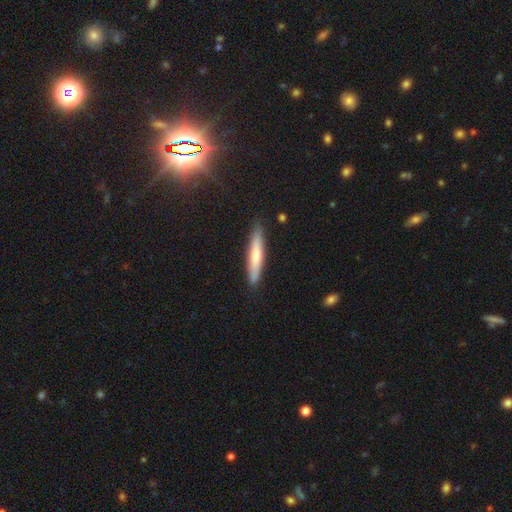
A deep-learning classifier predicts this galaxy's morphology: The model was most divided on "smooth or featured": smooth: 66%, featured or disk: 29%, star or artifact: 5%. More confident: how rounded — cigar-shaped (89%); merging — none (87%).